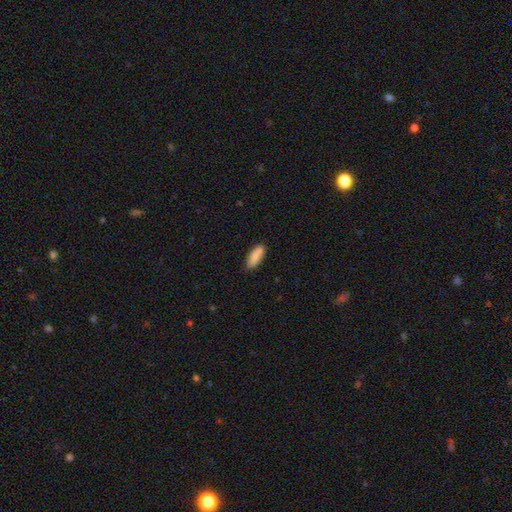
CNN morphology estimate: smooth_or_featured: smooth (p=0.86) [alt: featured or disk p=0.08]
how_rounded: in between (p=0.71) [alt: cigar-shaped p=0.27]
merging: none (p=0.75) [alt: minor disturbance p=0.17]